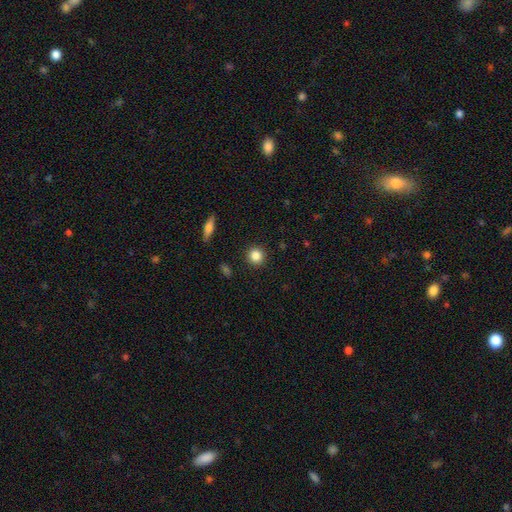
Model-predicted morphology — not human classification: Q: Smooth or featured?
A: smooth (85%); runner-up: star or artifact (10%)
Q: How rounded?
A: round (92%); runner-up: in between (7%)
Q: Merging?
A: none (91%); runner-up: minor disturbance (5%)